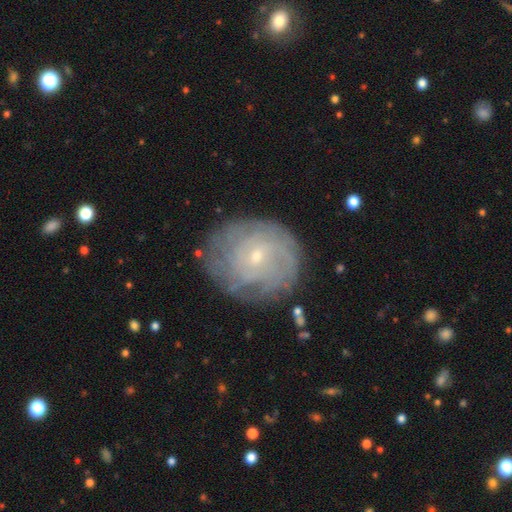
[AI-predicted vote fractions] featured or disk 67%, smooth 25%, star or artifact 9%. Down the decision tree: edge-on disk — no (97%); bar — no (69%); spiral arms — yes (81%); spiral arm count — can't tell (57%); spiral winding — tight (73%); bulge size — small (79%); merging — none (78%).